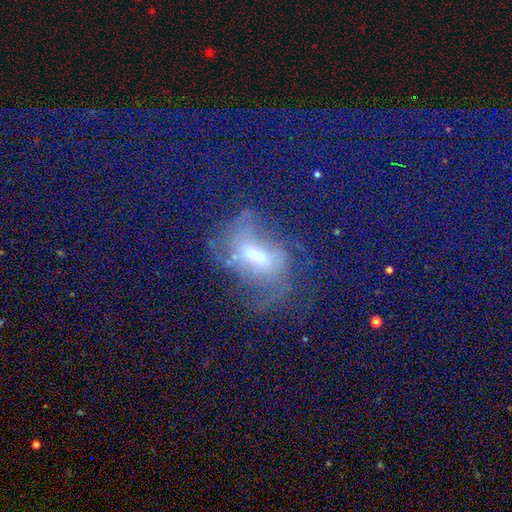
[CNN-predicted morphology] Q: Smooth or featured?
A: star or artifact (42%); runner-up: featured or disk (34%)